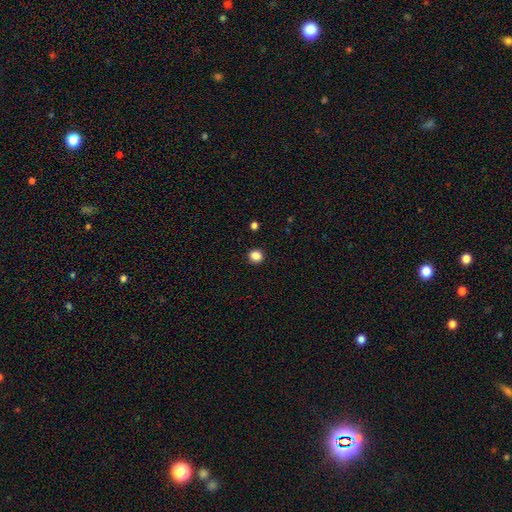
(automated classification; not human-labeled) A smooth galaxy with no disk features (86%) that is round (90%). Merging: none (92%).